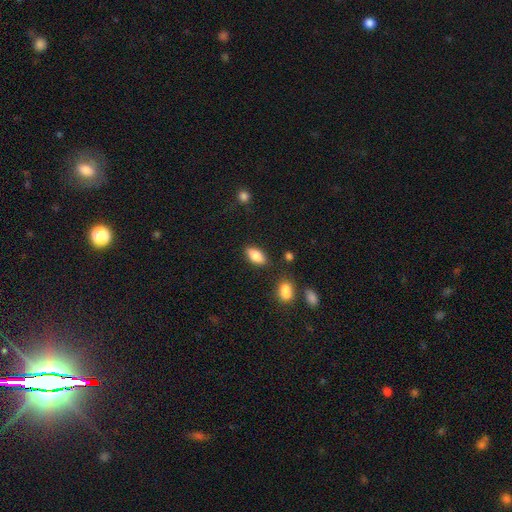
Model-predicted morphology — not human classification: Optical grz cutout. It shows a smooth galaxy with no disk features (83%) that is in between round and cigar-shaped (89%). Merging: none (83%).